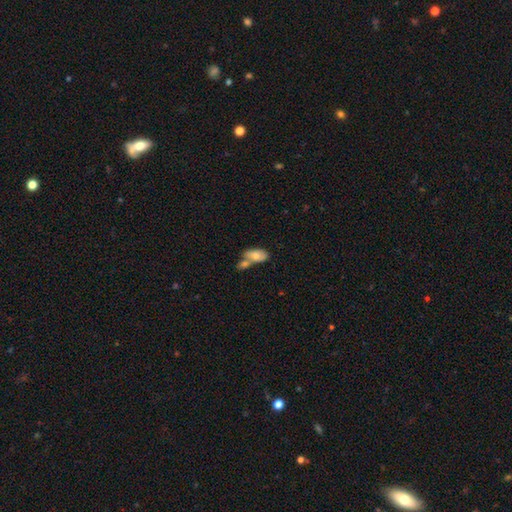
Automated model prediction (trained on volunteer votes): A smooth galaxy with no disk features (74%) that is in between round and cigar-shaped (91%).

Vote fractions:
- Smooth or featured? smooth: 74% / featured or disk: 19% / star or artifact: 7%
- How rounded? in between: 91% / round: 4% / cigar-shaped: 4%
- Merging? merger: 53% / none: 30% / minor disturbance: 12% / major disturbance: 5%